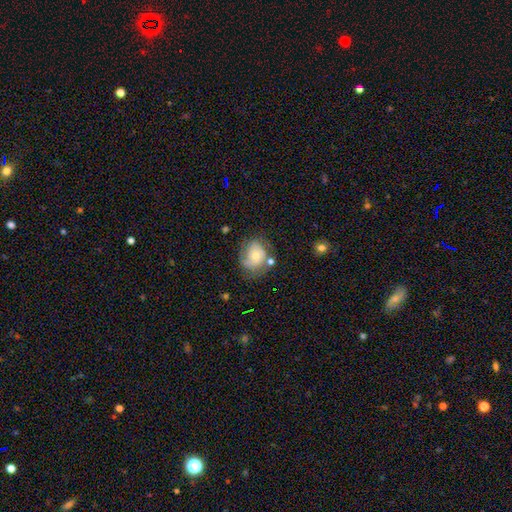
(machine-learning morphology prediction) A featured or disk galaxy (51%).

Vote fractions:
- Smooth or featured? featured or disk: 51% / smooth: 40% / star or artifact: 9%
- Edge-on disk? no: 97% / yes: 3%
- Merging? none: 54% / minor disturbance: 25% / major disturbance: 14% / merger: 8%